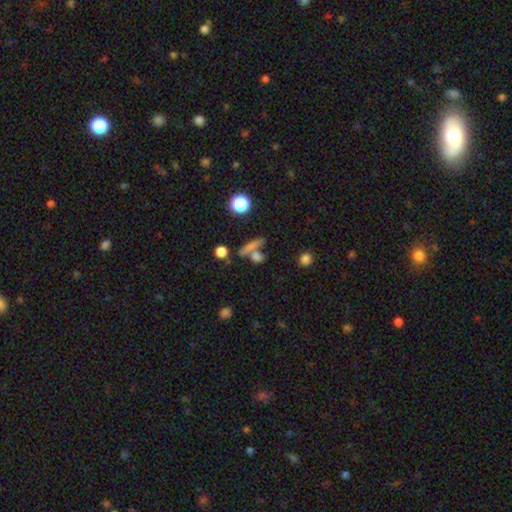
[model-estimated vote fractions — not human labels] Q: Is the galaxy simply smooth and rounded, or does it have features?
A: smooth — 64%.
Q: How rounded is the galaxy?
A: cigar-shaped — 48%.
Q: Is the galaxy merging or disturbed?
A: none — 55%.